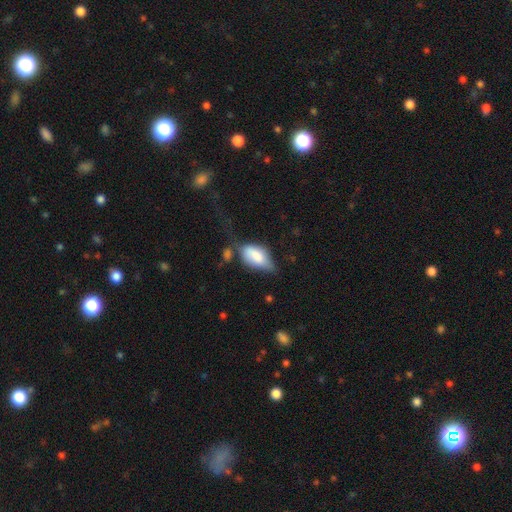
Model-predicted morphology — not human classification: smooth_or_featured: smooth (p=0.72) [alt: featured or disk p=0.21]
how_rounded: in between (p=0.91) [alt: cigar-shaped p=0.05]
merging: major disturbance (p=0.33) [alt: minor disturbance p=0.30]